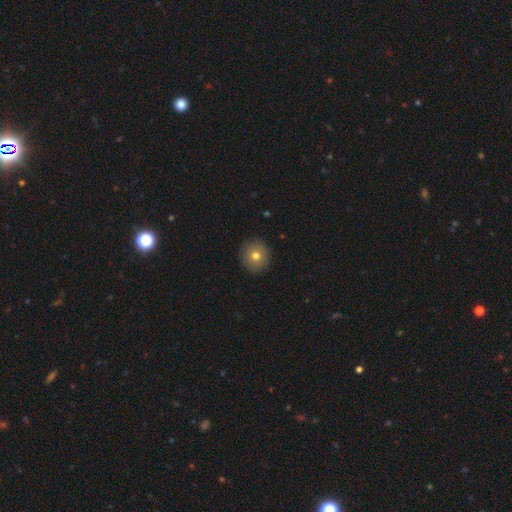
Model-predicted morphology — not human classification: The model was most divided on "smooth or featured": smooth: 75%, featured or disk: 14%, star or artifact: 12%. More confident: how rounded — round (93%); merging — none (92%).